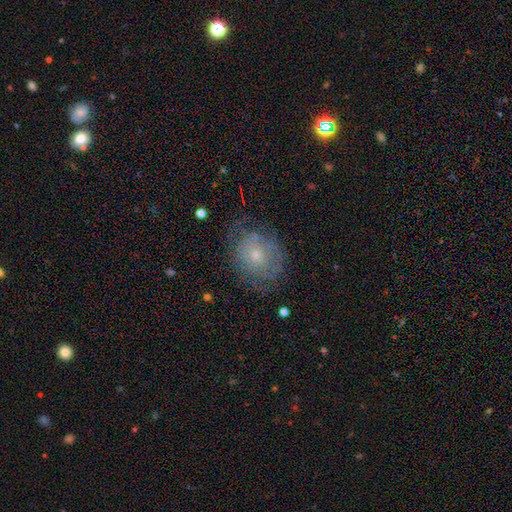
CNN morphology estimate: Overall: featured or disk (45%; smooth 44%). Merging: none (62%; minor disturbance 24%).